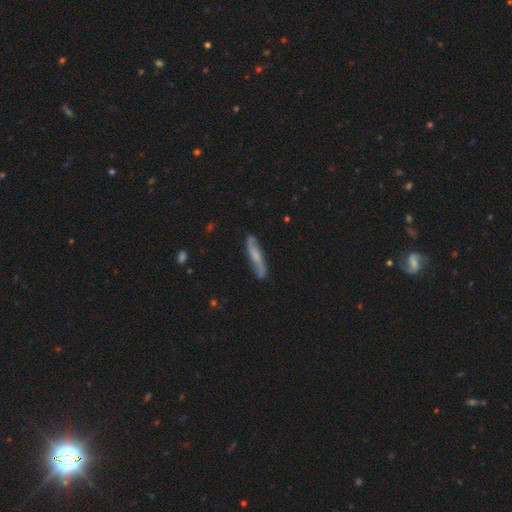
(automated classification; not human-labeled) Morphology: type=featured or disk (58%); edge-on=no (58%); merging=none (80%).